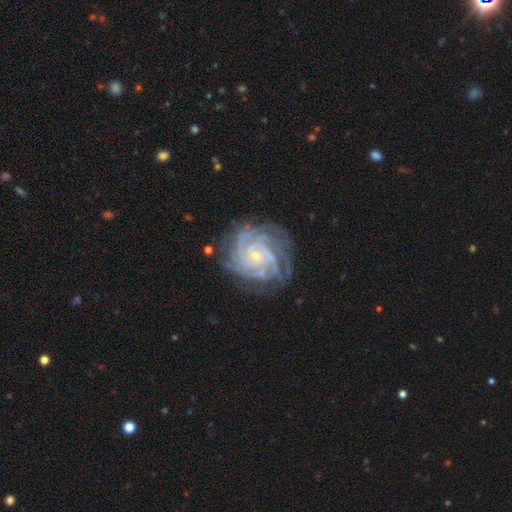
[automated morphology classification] smooth_or_featured: featured or disk (p=0.89) [alt: star or artifact p=0.06]
disk_edge_on: no (p=0.98) [alt: yes p=0.02]
bar: no (p=0.75) [alt: weak p=0.19]
has_spiral_arms: yes (p=0.98) [alt: no p=0.02]
spiral_winding: tight (p=0.77) [alt: medium p=0.19]
spiral_arm_count: 4 (p=0.29) [alt: more than 4 p=0.24]
bulge_size: small (p=0.81) [alt: moderate p=0.15]
merging: none (p=0.75) [alt: minor disturbance p=0.16]